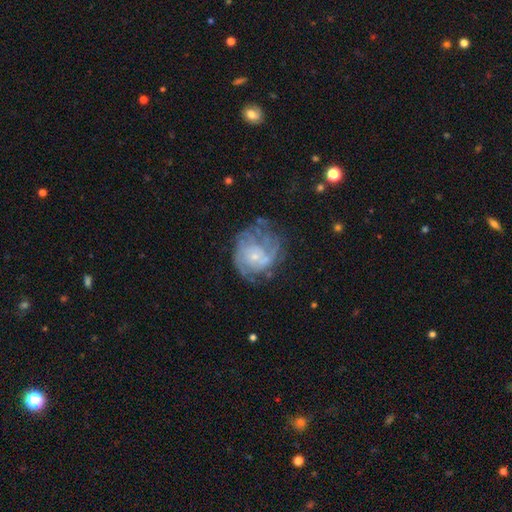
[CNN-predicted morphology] Q: Smooth or featured?
A: featured or disk (75%); runner-up: smooth (17%)
Q: Edge-on disk?
A: no (98%); runner-up: yes (2%)
Q: Bar?
A: no (77%); runner-up: weak (20%)
Q: Spiral arms?
A: yes (81%); runner-up: no (19%)
Q: Spiral winding?
A: tight (52%); runner-up: medium (34%)
Q: Spiral arm count?
A: can't tell (43%); runner-up: 2 (22%)
Q: Bulge size?
A: small (71%); runner-up: moderate (19%)
Q: Merging?
A: none (48%); runner-up: major disturbance (26%)